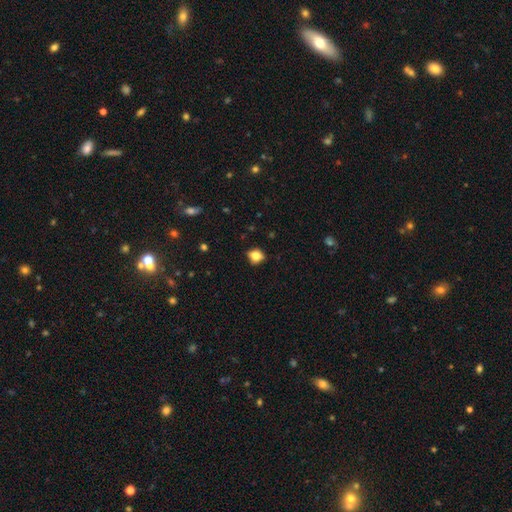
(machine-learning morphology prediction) Smooth or featured: smooth — 80% (star or artifact — 11%)
How rounded: round — 64% (in between — 35%)
Merging: none — 77% (minor disturbance — 18%)